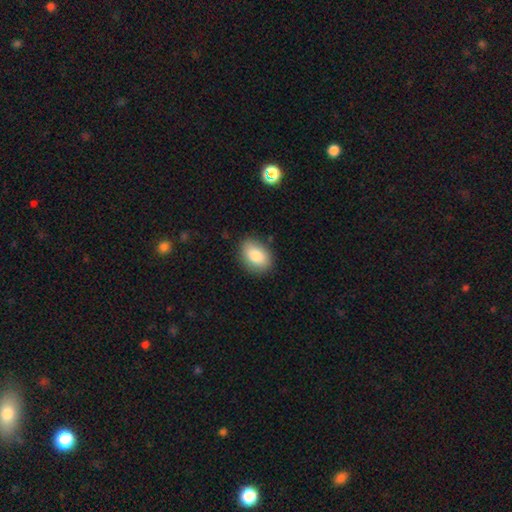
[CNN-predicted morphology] Q: Smooth or featured?
A: smooth (83%); runner-up: featured or disk (10%)
Q: How rounded?
A: in between (80%); runner-up: round (19%)
Q: Merging?
A: none (84%); runner-up: minor disturbance (12%)